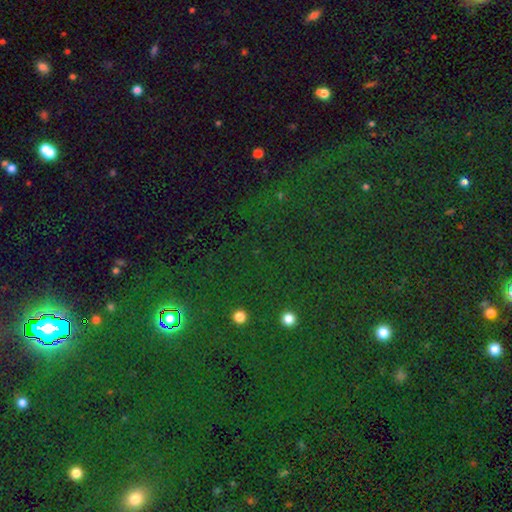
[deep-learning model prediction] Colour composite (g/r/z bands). It shows a star or artifact, not a galaxy (80%).